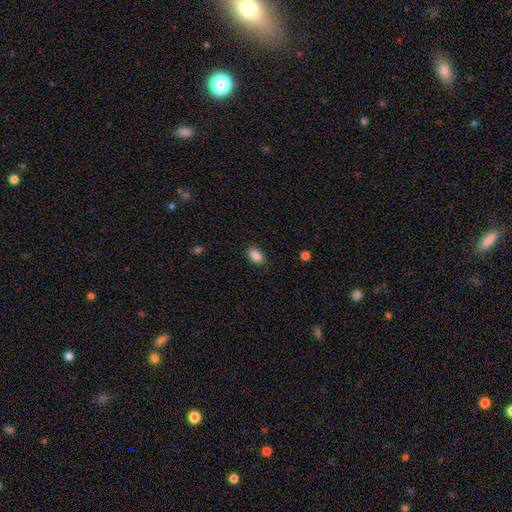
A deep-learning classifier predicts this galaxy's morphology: smooth-or-featured: smooth: 88% | star or artifact: 8% | featured or disk: 4%
  how-rounded: in between: 88% | round: 11% | cigar-shaped: 1%
  merging: none: 85% | minor disturbance: 11% | major disturbance: 3% | merger: 1%